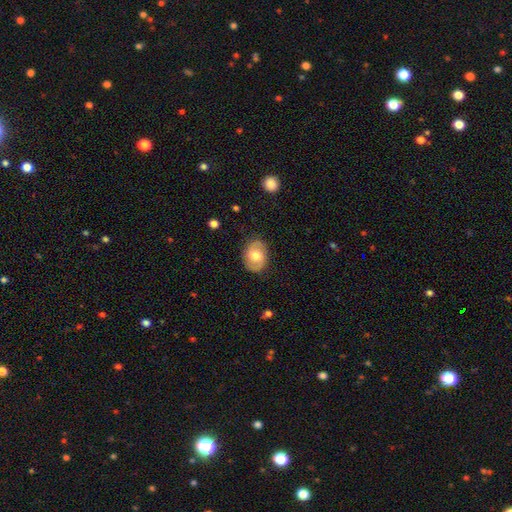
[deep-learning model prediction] featured or disk 52%, smooth 41%, star or artifact 7%. Down the decision tree: edge-on disk — no (96%); bar — weak (46%); spiral arms — yes (76%); bulge size — moderate (69%); merging — none (81%).